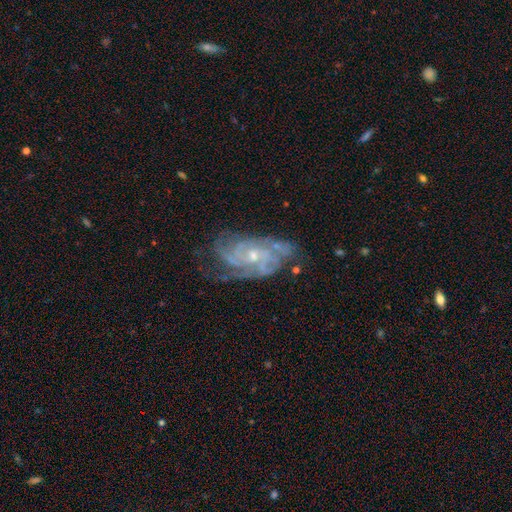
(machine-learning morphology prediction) Smooth or featured: featured or disk — 84% (star or artifact — 9%)
Edge-on disk: no — 95% (yes — 5%)
Bar: no — 69% (weak — 24%)
Spiral arms: yes — 97% (no — 3%)
Spiral winding: tight — 58% (medium — 34%)
Spiral arm count: 3 — 28% (4 — 23%)
Bulge size: small — 67% (moderate — 29%)
Merging: none — 69% (minor disturbance — 20%)